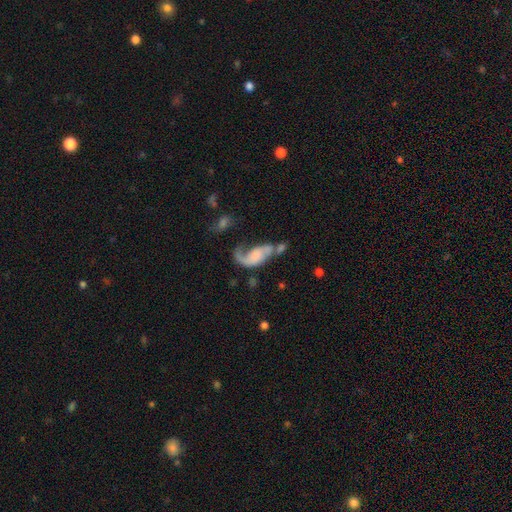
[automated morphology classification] A featured or disk galaxy (59%) with no bar (66%), spiral arms (81%) and no central bulge (42%). Merging: major disturbance (33%).